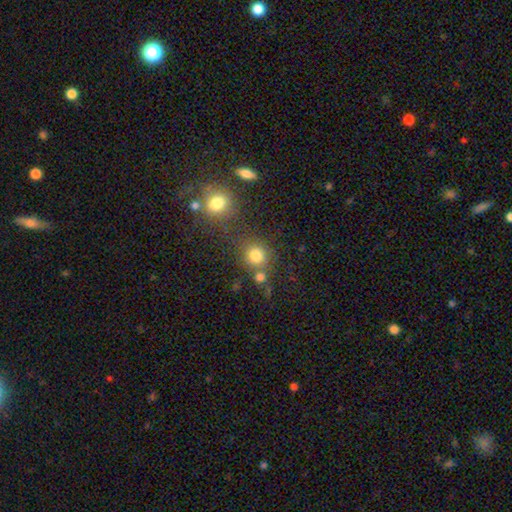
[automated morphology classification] Overall: smooth (79%). How rounded: round (87%). Merging: none (65%).